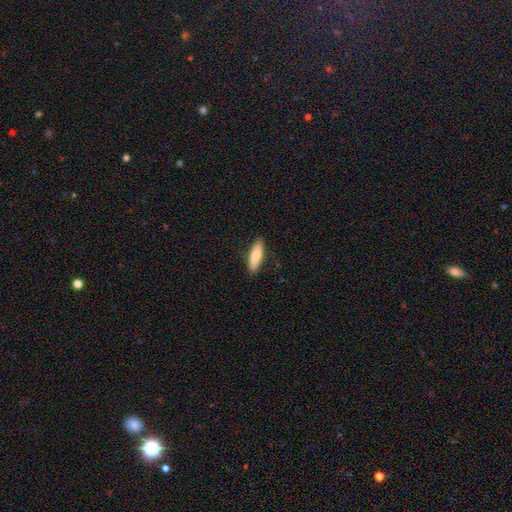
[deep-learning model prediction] Smooth or featured?
  - smooth: 79% *
  - featured or disk: 15%
  - star or artifact: 6%
How rounded?
  - cigar-shaped: 53% *
  - in between: 45%
  - round: 2%
Merging?
  - none: 86% *
  - minor disturbance: 11%
  - major disturbance: 2%
  - merger: 1%